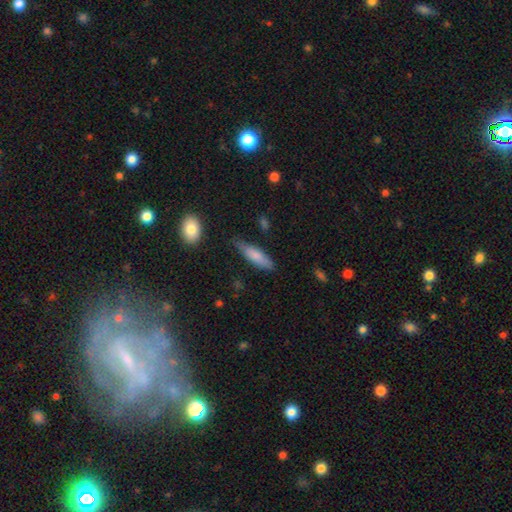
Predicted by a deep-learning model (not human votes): Morphology: type=smooth (76%); roundness=cigar-shaped (62%); merging=none (71%).